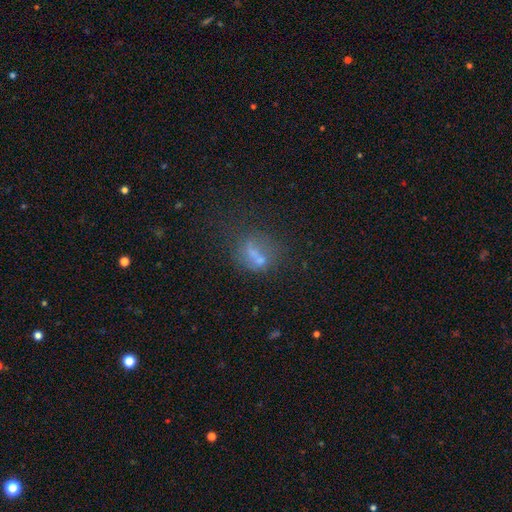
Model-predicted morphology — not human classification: smooth-or-featured: smooth: 48% | featured or disk: 31% | star or artifact: 20%
  merging: none: 41% | merger: 25% | major disturbance: 17% | minor disturbance: 17%